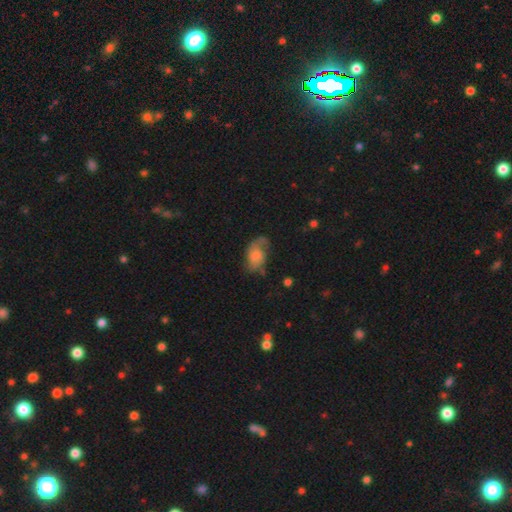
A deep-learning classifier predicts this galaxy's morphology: A smooth galaxy with no disk features (50%). Merging: none (41%).